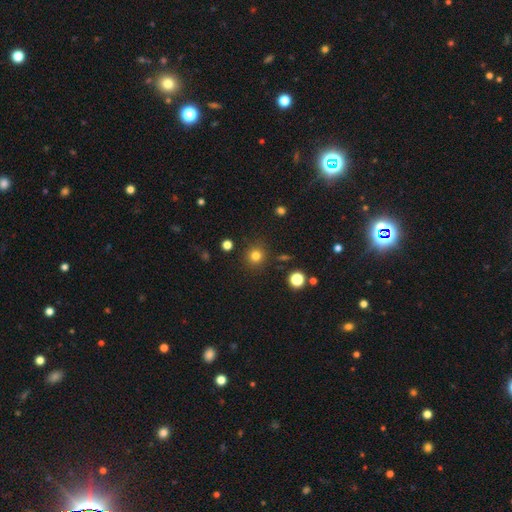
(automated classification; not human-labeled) The model was most divided on "smooth or featured": smooth: 79%, star or artifact: 15%, featured or disk: 6%. More confident: how rounded — round (91%); merging — none (87%).